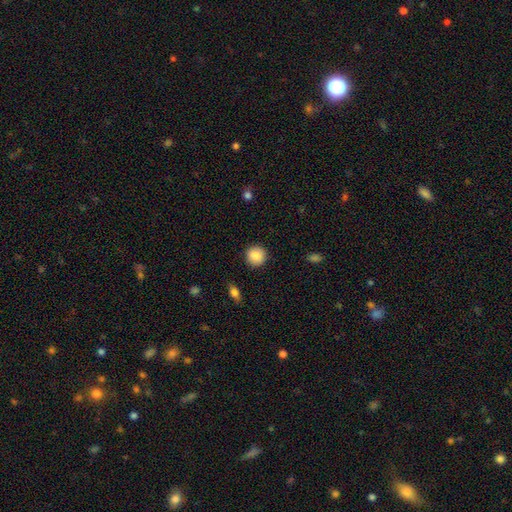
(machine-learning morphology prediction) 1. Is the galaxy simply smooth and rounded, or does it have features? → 88% smooth, 8% star or artifact, 4% featured or disk.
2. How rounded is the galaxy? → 93% round, 6% in between, 1% cigar-shaped.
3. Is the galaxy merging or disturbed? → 91% none, 6% minor disturbance, 2% major disturbance, 1% merger.